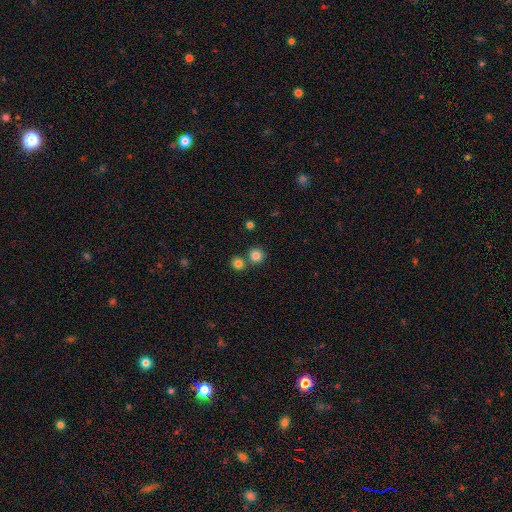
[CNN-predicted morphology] smooth-or-featured: smooth: 82% | star or artifact: 12% | featured or disk: 6%
  how-rounded: round: 92% | in between: 7% | cigar-shaped: 1%
  merging: none: 71% | merger: 20% | minor disturbance: 7% | major disturbance: 2%